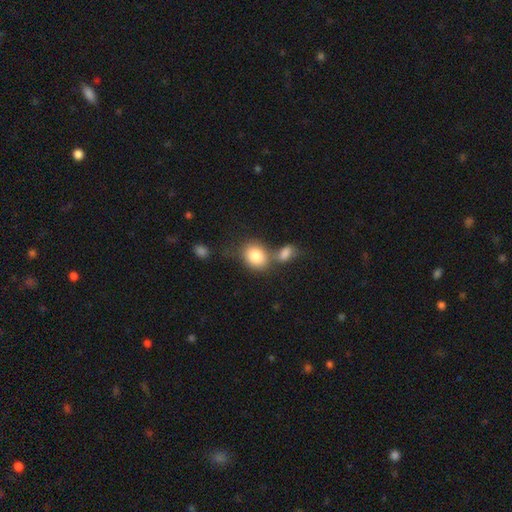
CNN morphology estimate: Smooth or featured: smooth — 84% (featured or disk — 9%)
How rounded: in between — 53% (round — 45%)
Merging: none — 41% (merger — 39%)